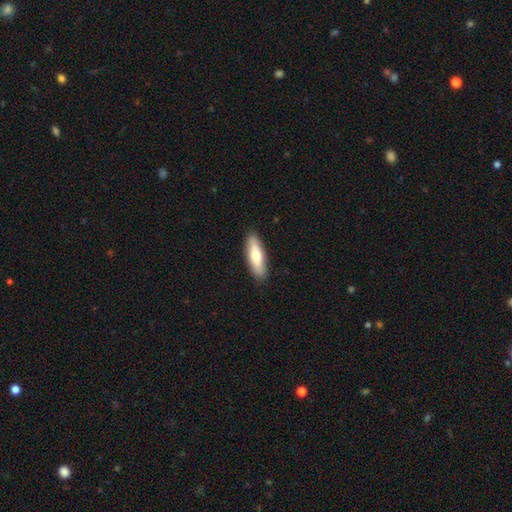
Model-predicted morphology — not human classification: The model was most divided on "how rounded": cigar-shaped: 54%, in between: 44%, round: 2%. More confident: merging — none (89%); smooth or featured — smooth (64%).